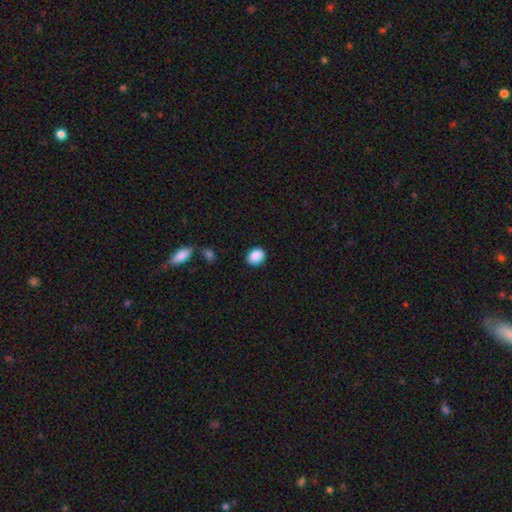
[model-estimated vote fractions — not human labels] Smooth or featured?
  - smooth: 89% *
  - star or artifact: 8%
  - featured or disk: 4%
How rounded?
  - round: 52% *
  - in between: 47%
  - cigar-shaped: 1%
Merging?
  - none: 87% *
  - minor disturbance: 9%
  - major disturbance: 2%
  - merger: 1%